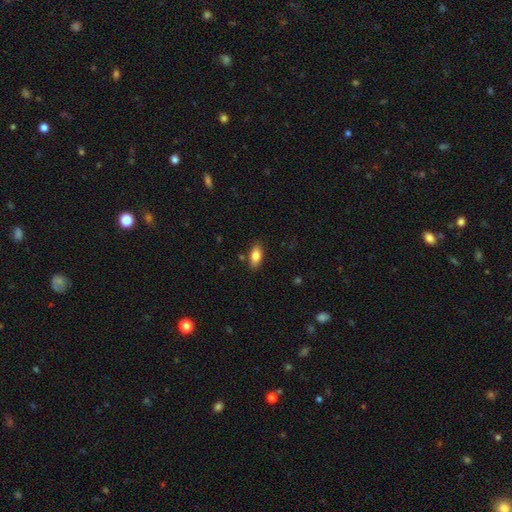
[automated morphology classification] smooth 82%, featured or disk 11%, star or artifact 7%. Down the decision tree: how rounded — in between (88%); merging — none (84%).